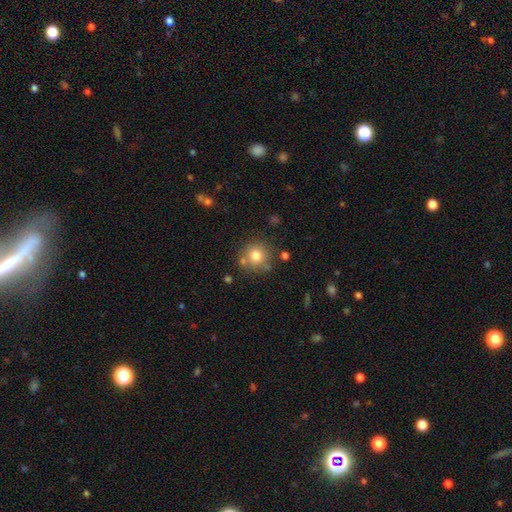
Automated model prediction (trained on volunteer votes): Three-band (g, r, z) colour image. It shows a smooth galaxy with no disk features (77%) that is round (92%). Merging: none (73%).